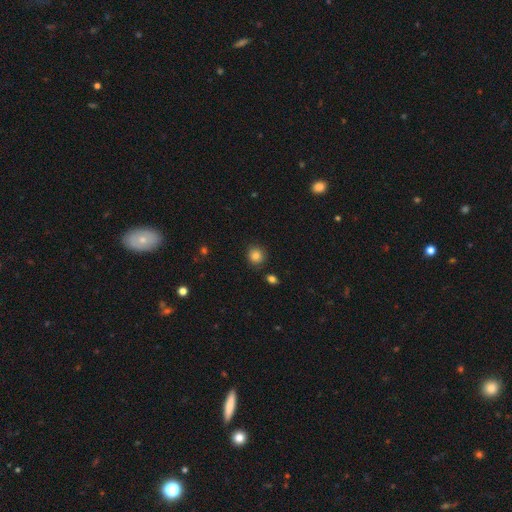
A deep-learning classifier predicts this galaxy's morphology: This appears to be a smooth galaxy with no disk features (84%) that is round (89%). Merging: none (88%).